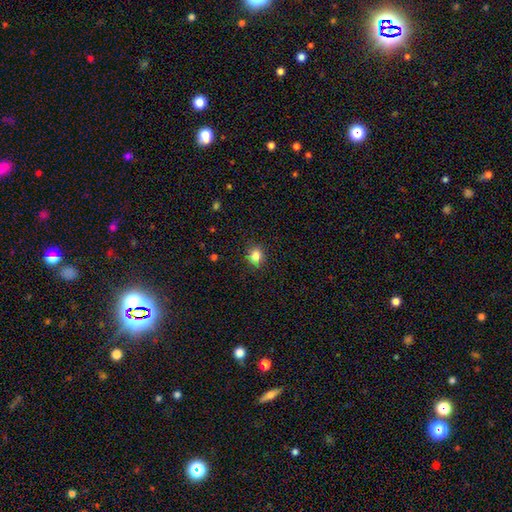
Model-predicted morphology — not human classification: type=smooth (84%); roundness=round (72%); merging=none (88%).